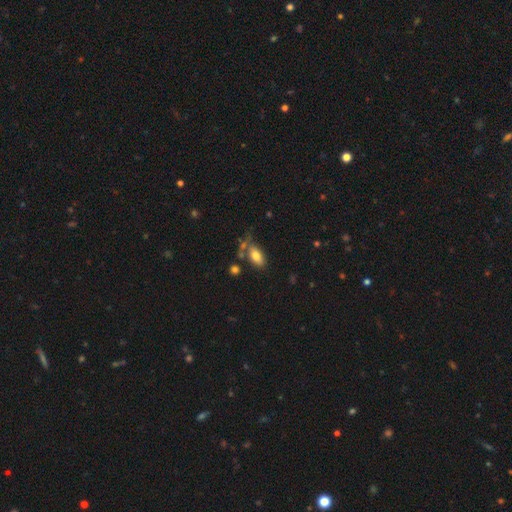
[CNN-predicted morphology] This appears to be a smooth galaxy with no disk features (78%) that is in between round and cigar-shaped (91%). Merging: none (58%).